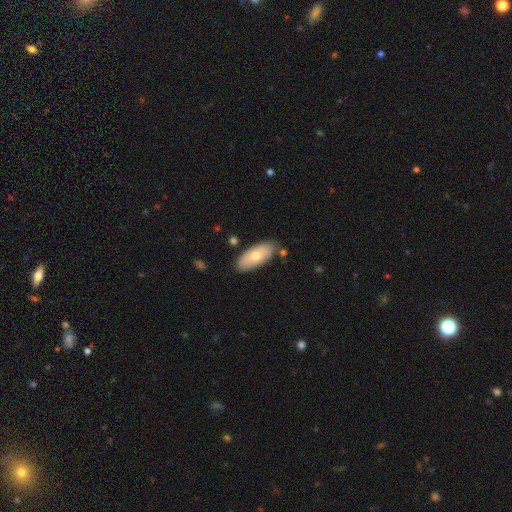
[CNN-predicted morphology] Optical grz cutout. It shows a smooth galaxy with no disk features (72%) that is in between round and cigar-shaped (86%). Merging: none (78%).